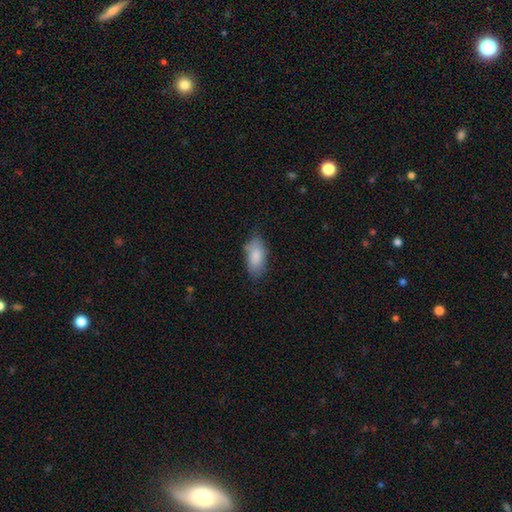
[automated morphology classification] Q: Smooth or featured?
A: smooth (85%); runner-up: featured or disk (8%)
Q: How rounded?
A: in between (90%); runner-up: cigar-shaped (7%)
Q: Merging?
A: none (69%); runner-up: minor disturbance (23%)